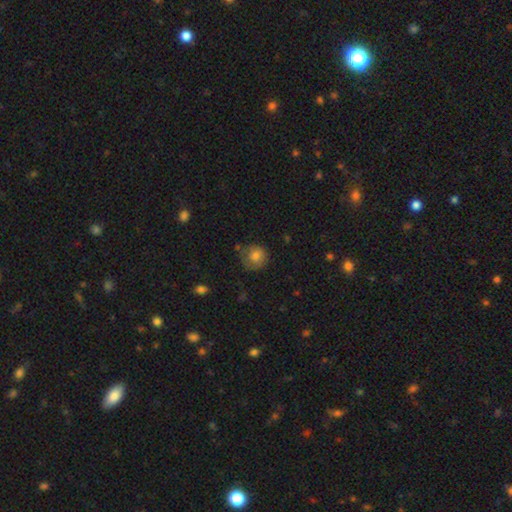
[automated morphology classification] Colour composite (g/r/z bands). It shows a smooth galaxy with no disk features (79%) that is round (89%). Merging: none (69%).